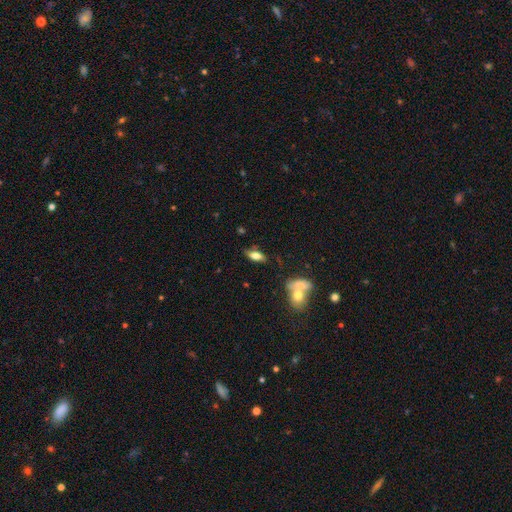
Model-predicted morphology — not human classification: type=smooth (71%); roundness=in between (81%); merging=none (72%).